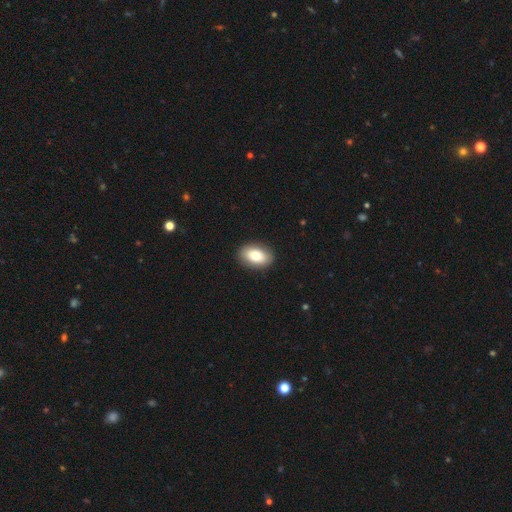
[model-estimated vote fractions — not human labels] Smooth or featured?
  - smooth: 78% *
  - featured or disk: 15%
  - star or artifact: 7%
How rounded?
  - in between: 89% *
  - round: 9%
  - cigar-shaped: 1%
Merging?
  - none: 89% *
  - minor disturbance: 8%
  - major disturbance: 2%
  - merger: 1%